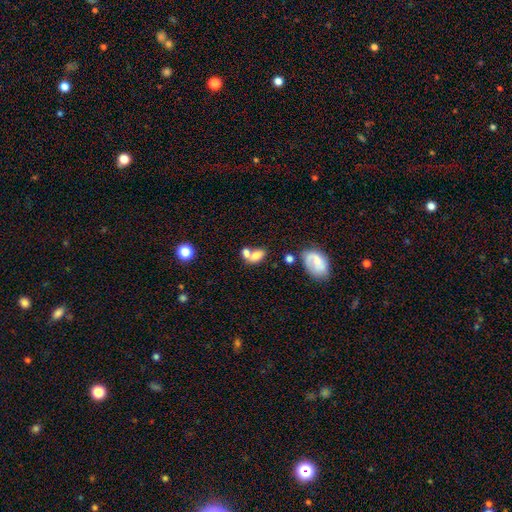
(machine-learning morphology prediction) smooth_or_featured: smooth (p=0.73) [alt: featured or disk p=0.17]
how_rounded: in between (p=0.83) [alt: round p=0.14]
merging: merger (p=0.55) [alt: none p=0.29]